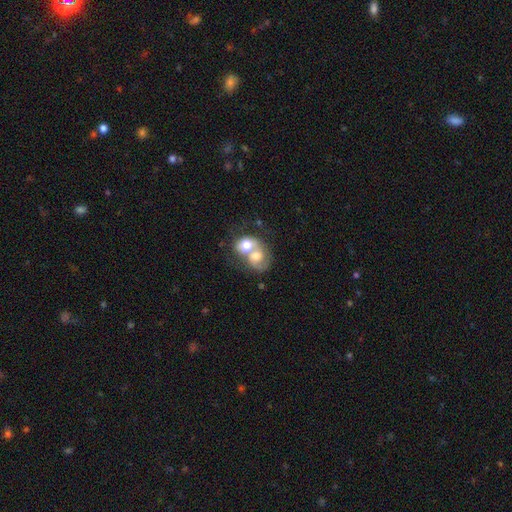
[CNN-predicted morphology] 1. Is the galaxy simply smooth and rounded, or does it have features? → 47% featured or disk, 46% smooth, 8% star or artifact.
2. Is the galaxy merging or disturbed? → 77% merger, 12% none, 6% major disturbance, 5% minor disturbance.